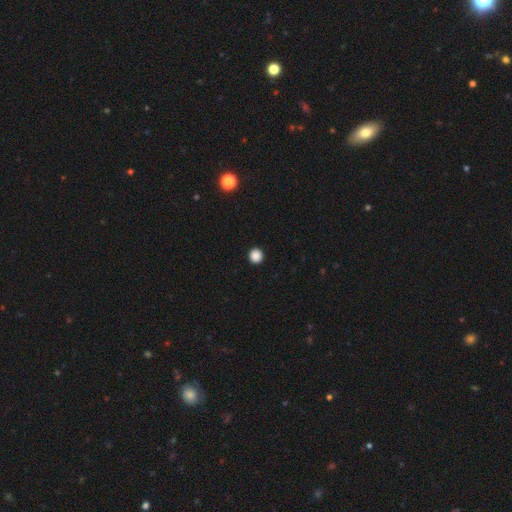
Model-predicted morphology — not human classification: This is clearly a smooth galaxy (88%). How rounded: clearly round (95%). Merging: clearly none (94%).